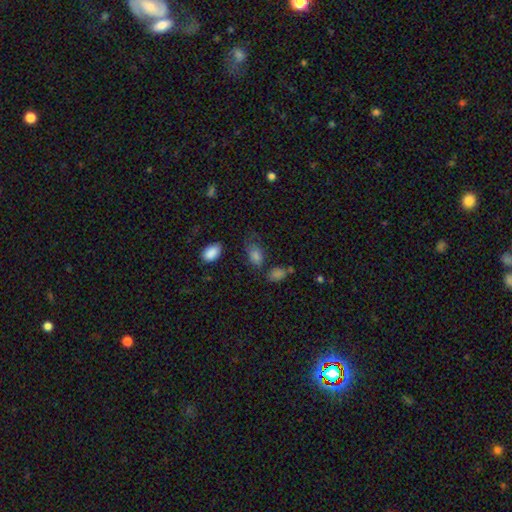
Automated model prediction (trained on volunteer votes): Morphology: type=smooth (78%); roundness=in between (87%); merging=none (57%).